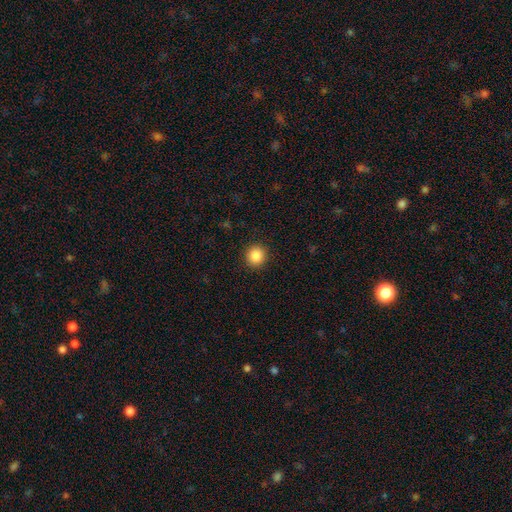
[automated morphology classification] smooth_or_featured: smooth (p=0.87) [alt: star or artifact p=0.09]
how_rounded: round (p=0.92) [alt: in between p=0.07]
merging: none (p=0.92) [alt: minor disturbance p=0.05]